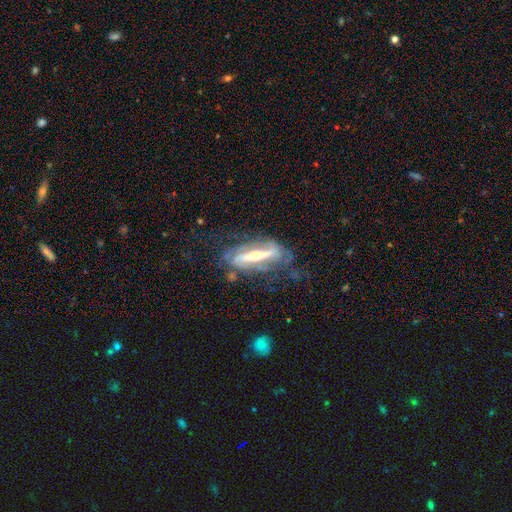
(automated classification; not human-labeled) Overall: featured or disk (83%). Edge-on disk: no (70%). Bar: strong (72%). Spiral arms: yes (82%). Bulge size: moderate (55%; small 37%). Merging: none (59%; minor disturbance 21%).